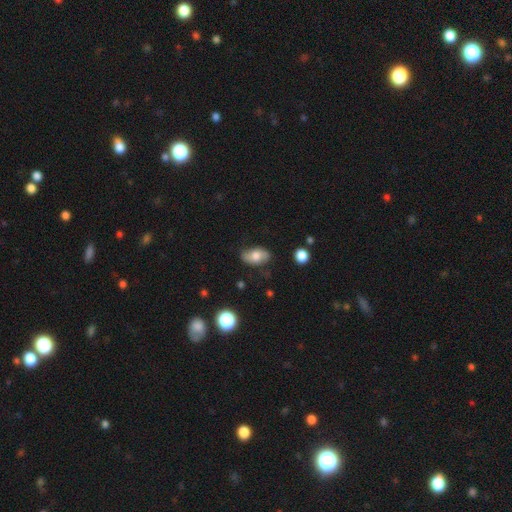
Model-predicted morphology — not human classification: A smooth galaxy with no disk features (66%) that is in between round and cigar-shaped (90%). Merging: none (76%).